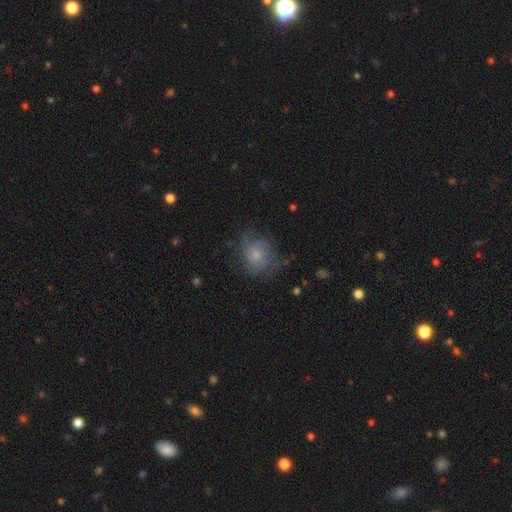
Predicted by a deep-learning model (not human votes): Q: Smooth or featured?
A: smooth (51%); runner-up: featured or disk (34%)
Q: How rounded?
A: round (76%); runner-up: in between (23%)
Q: Merging?
A: none (62%); runner-up: minor disturbance (23%)